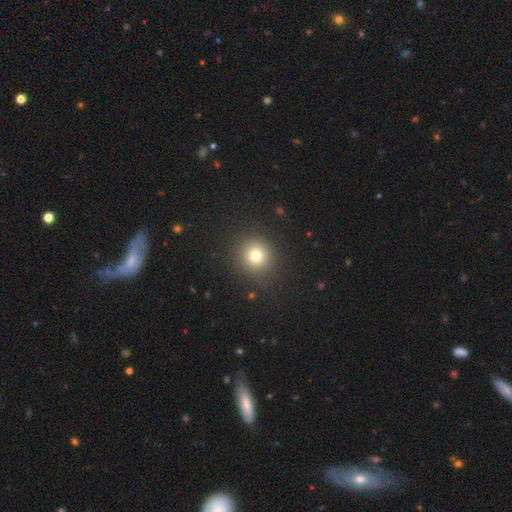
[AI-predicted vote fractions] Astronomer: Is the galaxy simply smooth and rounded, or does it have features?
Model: smooth — 75%.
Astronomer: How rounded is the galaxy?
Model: round — 92%.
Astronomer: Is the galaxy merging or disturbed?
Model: none — 89%.